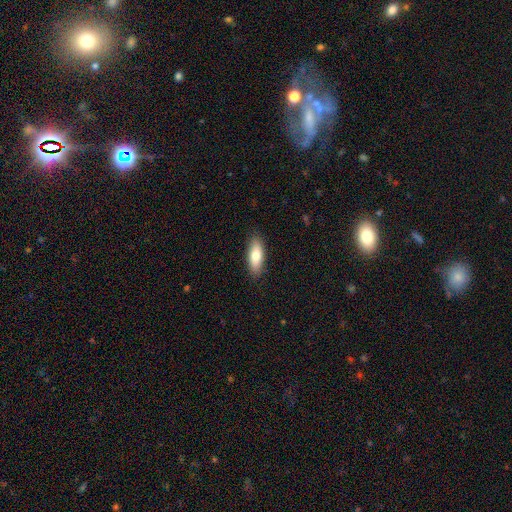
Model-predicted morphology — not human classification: Smooth or featured?
  - smooth: 77% *
  - featured or disk: 17%
  - star or artifact: 6%
How rounded?
  - in between: 72% *
  - cigar-shaped: 26%
  - round: 2%
Merging?
  - none: 88% *
  - minor disturbance: 9%
  - major disturbance: 2%
  - merger: 1%